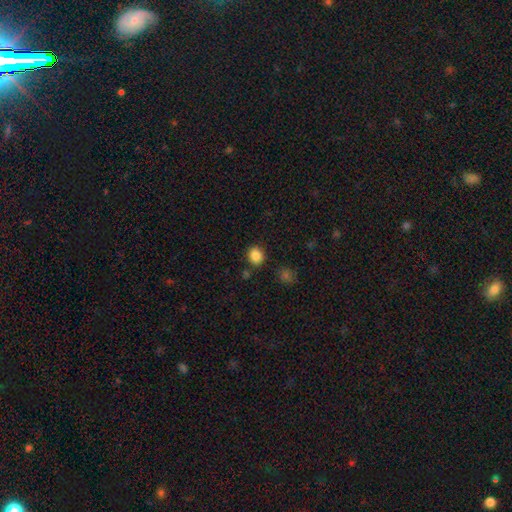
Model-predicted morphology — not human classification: This appears to be a smooth galaxy with no disk features (86%) that is round (70%). Merging: none (84%).